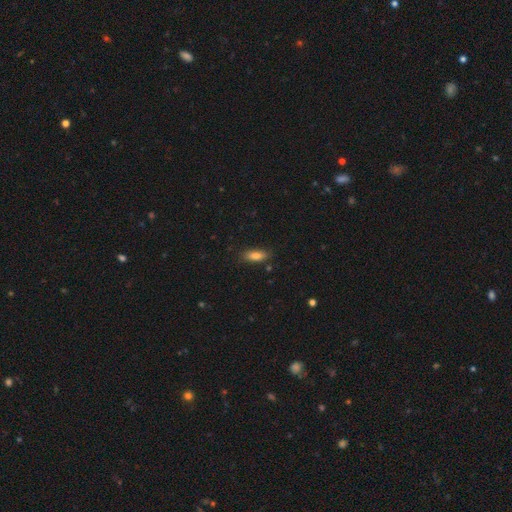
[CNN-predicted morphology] smooth_or_featured: smooth (p=0.82) [alt: featured or disk p=0.10]
how_rounded: in between (p=0.74) [alt: cigar-shaped p=0.24]
merging: none (p=0.84) [alt: minor disturbance p=0.12]